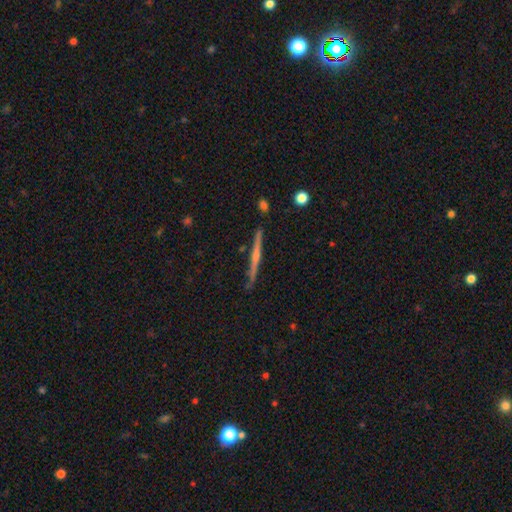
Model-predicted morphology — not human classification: The model was most divided on "edge-on bulge": rounded: 63%, none: 30%, boxy: 7%. More confident: edge-on disk — yes (98%); merging — none (89%); smooth or featured — featured or disk (72%).